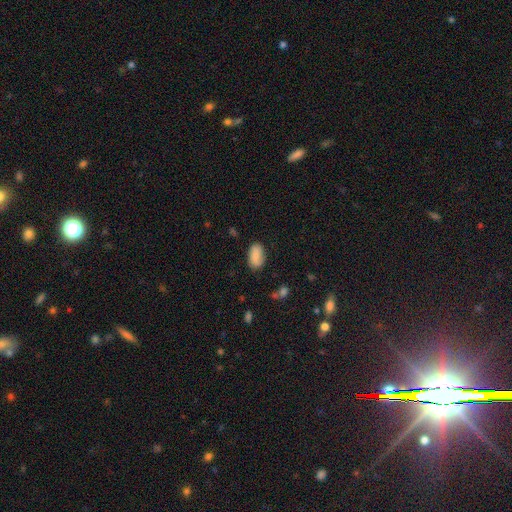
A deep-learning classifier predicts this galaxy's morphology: smooth_or_featured: smooth (p=0.84) [alt: featured or disk p=0.09]
how_rounded: in between (p=0.93) [alt: round p=0.05]
merging: none (p=0.77) [alt: minor disturbance p=0.17]